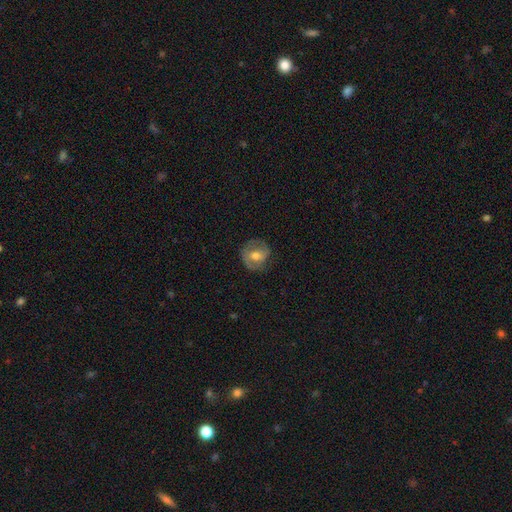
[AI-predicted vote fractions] Smooth or featured?
  - smooth: 48% *
  - featured or disk: 44%
  - star or artifact: 8%
Merging?
  - none: 71% *
  - minor disturbance: 19%
  - major disturbance: 8%
  - merger: 1%